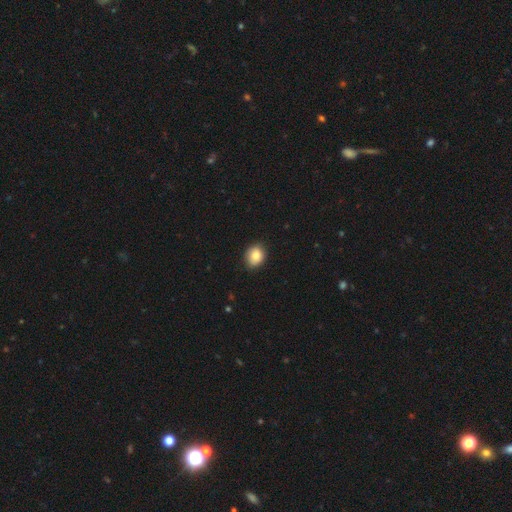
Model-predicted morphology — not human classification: This appears to be a smooth galaxy with no disk features (84%) that is round (53%). Merging: none (85%).